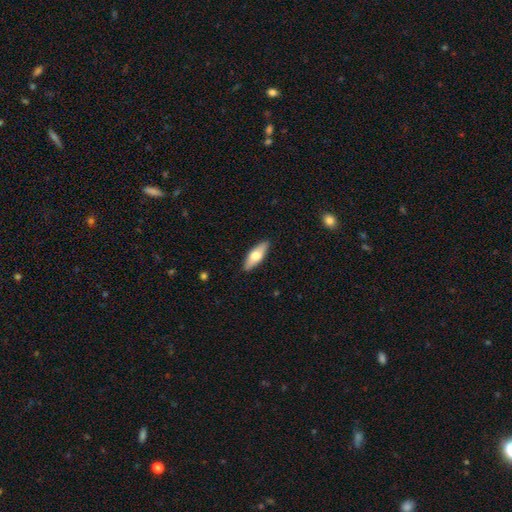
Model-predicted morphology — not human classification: Overall: smooth (63%; featured or disk 31%). How rounded: in between (63%; cigar-shaped 34%). Merging: none (89%).